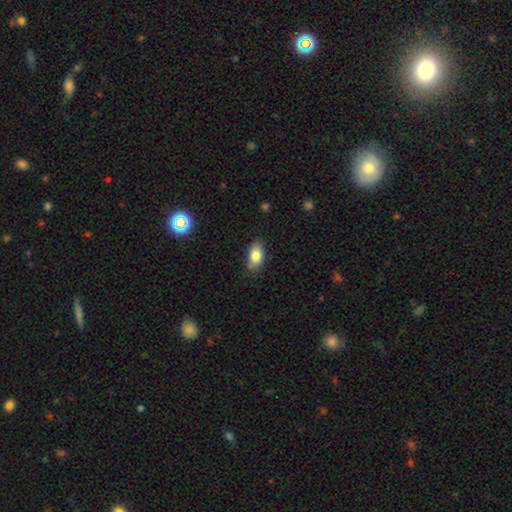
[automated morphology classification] smooth_or_featured: smooth (p=0.82) [alt: featured or disk p=0.10]
how_rounded: in between (p=0.89) [alt: round p=0.08]
merging: none (p=0.80) [alt: minor disturbance p=0.16]